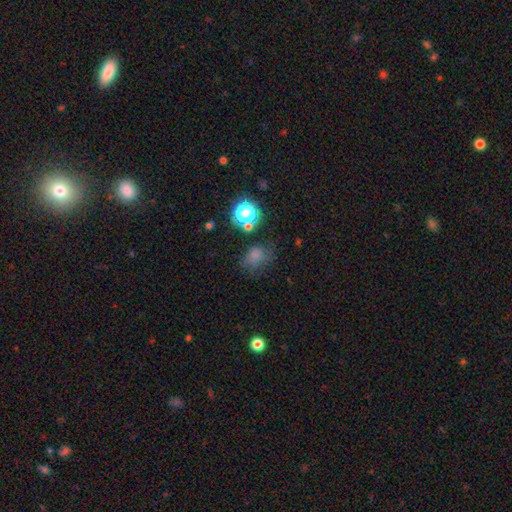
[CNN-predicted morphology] Smooth or featured?
  - smooth: 70% *
  - star or artifact: 20%
  - featured or disk: 9%
How rounded?
  - round: 56% *
  - in between: 43%
  - cigar-shaped: 1%
Merging?
  - none: 56% *
  - minor disturbance: 22%
  - major disturbance: 13%
  - merger: 9%